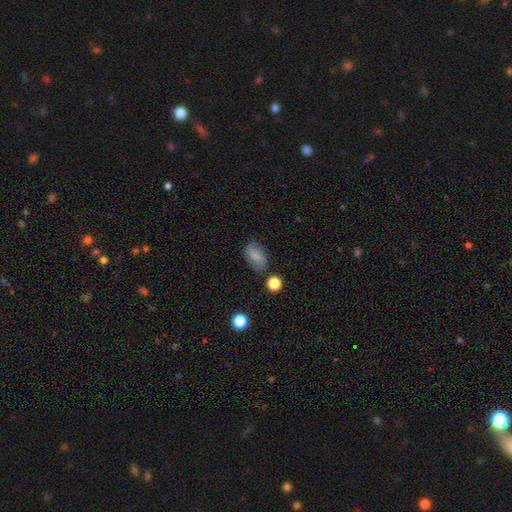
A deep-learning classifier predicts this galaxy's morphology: Q: Smooth or featured?
A: smooth (80%); runner-up: featured or disk (11%)
Q: How rounded?
A: in between (88%); runner-up: round (10%)
Q: Merging?
A: none (76%); runner-up: minor disturbance (17%)